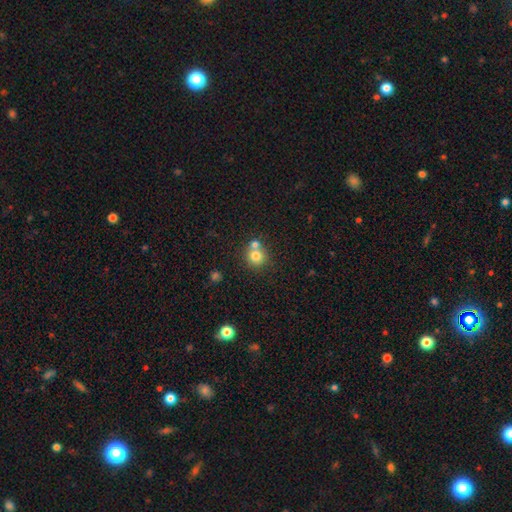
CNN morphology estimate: smooth 77%, star or artifact 12%, featured or disk 11%. Down the decision tree: how rounded — round (89%); merging — none (54%).